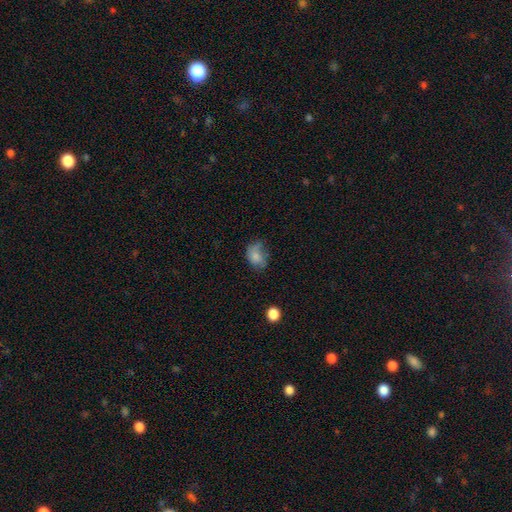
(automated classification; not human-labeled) This is likely a smooth galaxy (73%). How rounded: likely in between (68%). Merging: marginally none (42%).